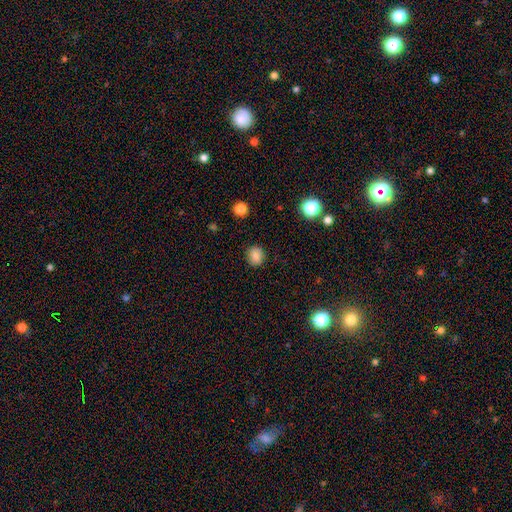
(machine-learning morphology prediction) A smooth galaxy with no disk features (83%) that is round (75%). Merging: none (88%).